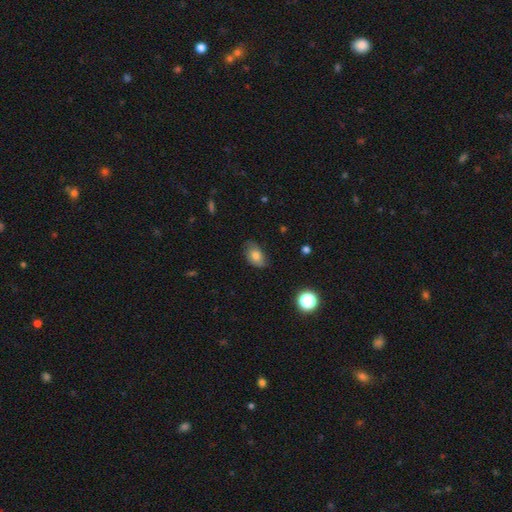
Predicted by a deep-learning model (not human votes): smooth-or-featured: smooth: 77% | featured or disk: 14% | star or artifact: 9%
  how-rounded: in between: 87% | round: 12% | cigar-shaped: 1%
  merging: none: 72% | minor disturbance: 23% | major disturbance: 4% | merger: 1%